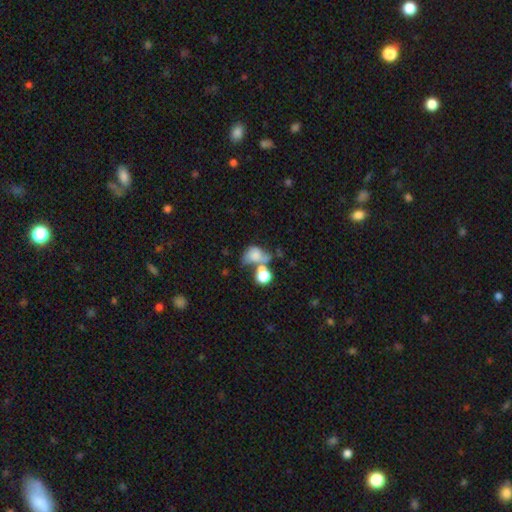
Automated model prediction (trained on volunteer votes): This is likely a smooth galaxy (63%). How rounded: possibly in between (59%). Merging: marginally merger (45%).